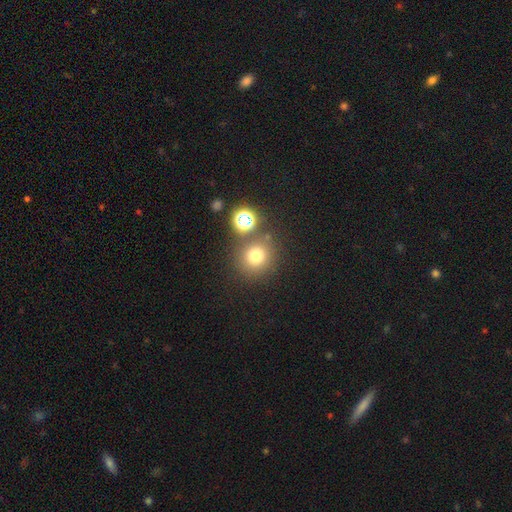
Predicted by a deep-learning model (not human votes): Overall: smooth (74%). How rounded: round (91%). Merging: none (76%).